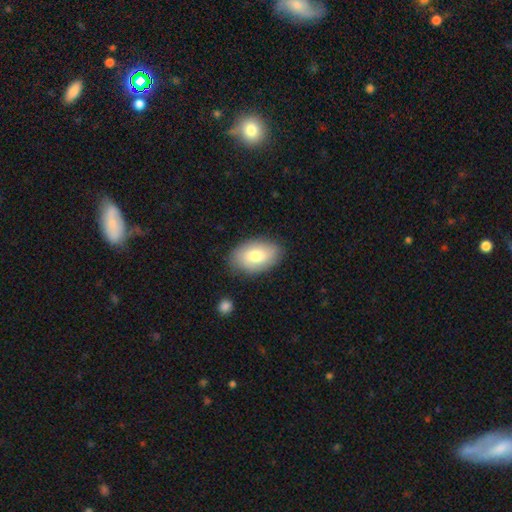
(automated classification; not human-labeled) smooth_or_featured: smooth (p=0.71) [alt: featured or disk p=0.22]
how_rounded: in between (p=0.91) [alt: round p=0.08]
merging: none (p=0.83) [alt: minor disturbance p=0.12]